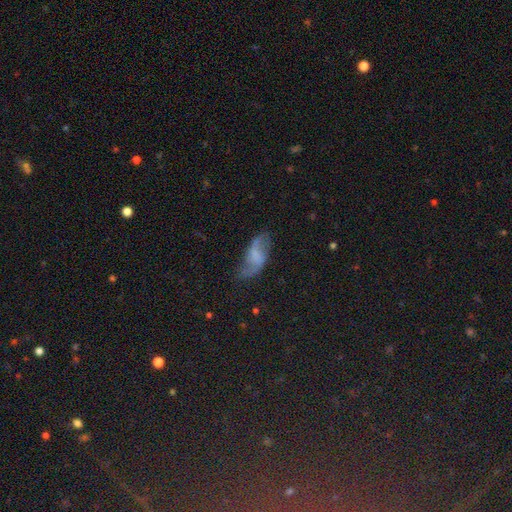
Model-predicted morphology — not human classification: smooth-or-featured: featured or disk: 54% | smooth: 36% | star or artifact: 10%
  disk-edge-on: no: 92% | yes: 8%
  merging: none: 61% | minor disturbance: 24% | major disturbance: 13% | merger: 2%